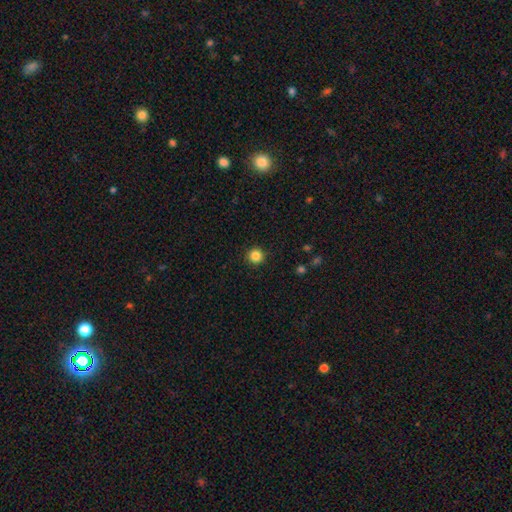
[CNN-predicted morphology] Smooth or featured?
  - smooth: 85% *
  - star or artifact: 11%
  - featured or disk: 4%
How rounded?
  - round: 95% *
  - in between: 4%
  - cigar-shaped: 1%
Merging?
  - none: 92% *
  - minor disturbance: 5%
  - major disturbance: 2%
  - merger: 1%